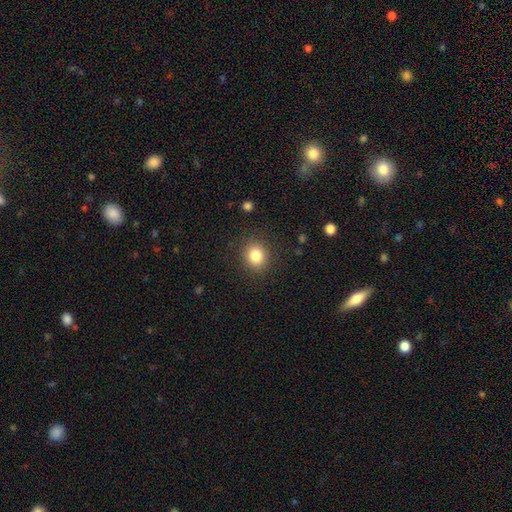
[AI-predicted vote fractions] Smooth or featured? Predicted: smooth (p=0.83). How rounded? Predicted: round (p=0.76). Merging? Predicted: none (p=0.88).